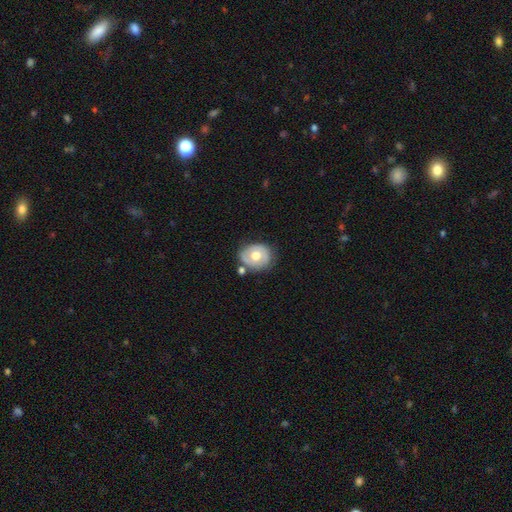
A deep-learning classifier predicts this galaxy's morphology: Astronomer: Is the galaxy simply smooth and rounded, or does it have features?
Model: featured or disk — 52% (runner-up: smooth, 41%).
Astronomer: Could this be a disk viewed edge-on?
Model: no — 96%.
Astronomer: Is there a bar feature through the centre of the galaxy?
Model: no — 78%.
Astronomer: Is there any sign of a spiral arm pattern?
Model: yes — 58% (runner-up: no, 42%).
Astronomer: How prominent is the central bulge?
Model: moderate — 71%.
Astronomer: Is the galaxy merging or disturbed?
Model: none — 66%.